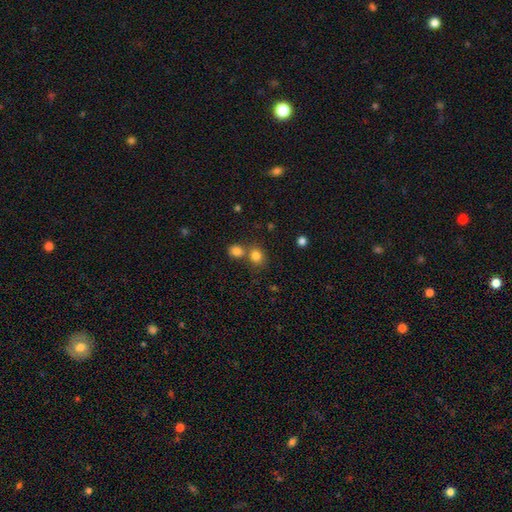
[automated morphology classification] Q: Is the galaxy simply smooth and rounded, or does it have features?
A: smooth — 81%.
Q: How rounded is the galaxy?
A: round — 73%.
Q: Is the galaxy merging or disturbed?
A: none — 57%.